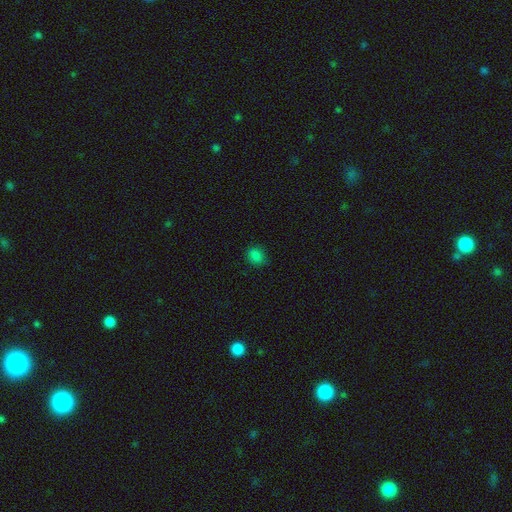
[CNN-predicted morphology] A smooth galaxy with no disk features (82%) that is round (57%). Merging: none (84%).